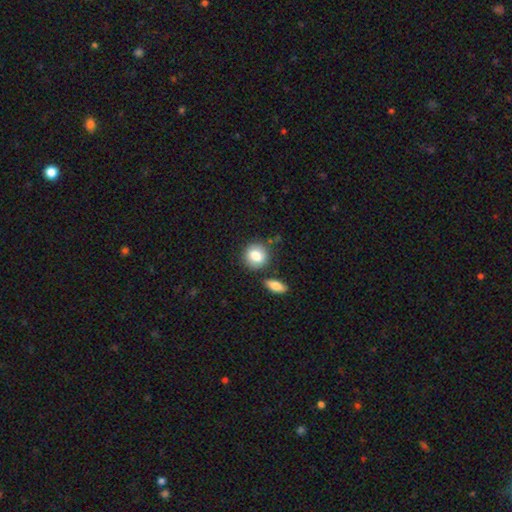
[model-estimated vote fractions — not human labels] Smooth or featured? smooth (81%)
How rounded? round (74%)
Merging? none (75%)